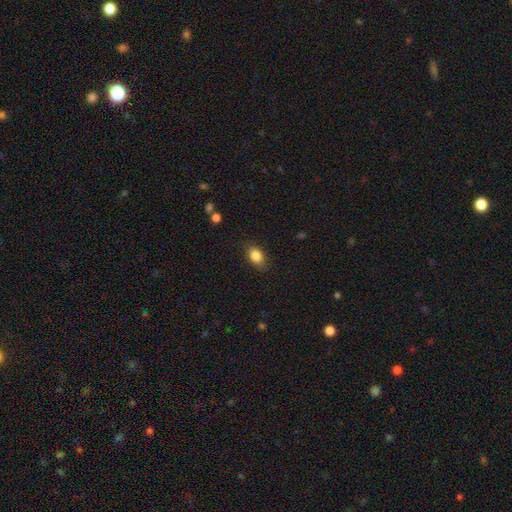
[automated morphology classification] A smooth galaxy with no disk features (85%) that is in between round and cigar-shaped (80%).

Vote fractions:
- Smooth or featured? smooth: 85% / star or artifact: 8% / featured or disk: 7%
- How rounded? in between: 80% / round: 18% / cigar-shaped: 2%
- Merging? none: 81% / minor disturbance: 15% / major disturbance: 4% / merger: 1%